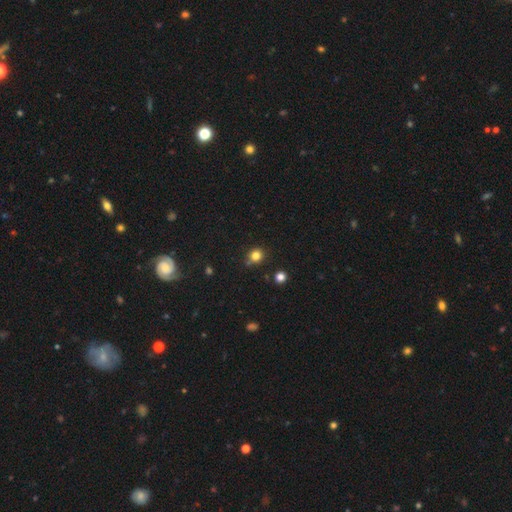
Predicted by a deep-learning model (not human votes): A smooth galaxy with no disk features (81%) that is round (85%).

Vote fractions:
- Smooth or featured? smooth: 81% / star or artifact: 14% / featured or disk: 5%
- How rounded? round: 85% / in between: 14% / cigar-shaped: 1%
- Merging? none: 80% / minor disturbance: 11% / merger: 6% / major disturbance: 3%